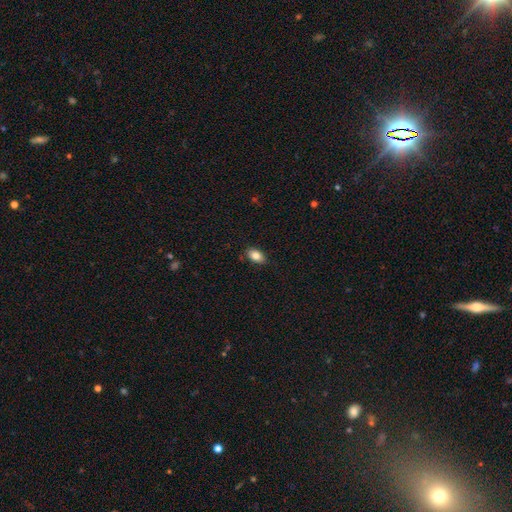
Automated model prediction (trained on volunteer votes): Smooth or featured?
  - smooth: 84% *
  - star or artifact: 8%
  - featured or disk: 8%
How rounded?
  - in between: 89% *
  - round: 9%
  - cigar-shaped: 2%
Merging?
  - none: 84% *
  - minor disturbance: 12%
  - major disturbance: 2%
  - merger: 1%